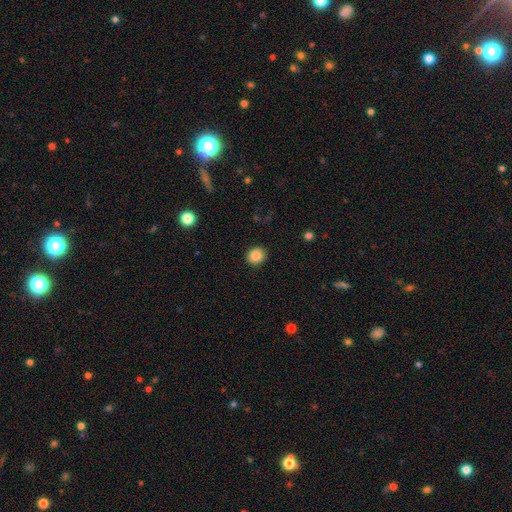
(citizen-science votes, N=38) Smooth or featured? 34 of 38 (89%) said smooth. How rounded? 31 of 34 (91%) said round. Merging? 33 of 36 (92%) said none.